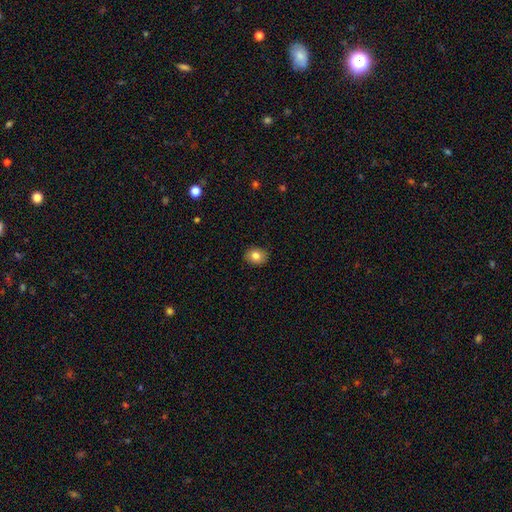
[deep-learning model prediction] smooth-or-featured: smooth: 81% | featured or disk: 10% | star or artifact: 9%
  how-rounded: round: 55% | in between: 44% | cigar-shaped: 1%
  merging: none: 89% | minor disturbance: 8% | major disturbance: 2% | merger: 1%